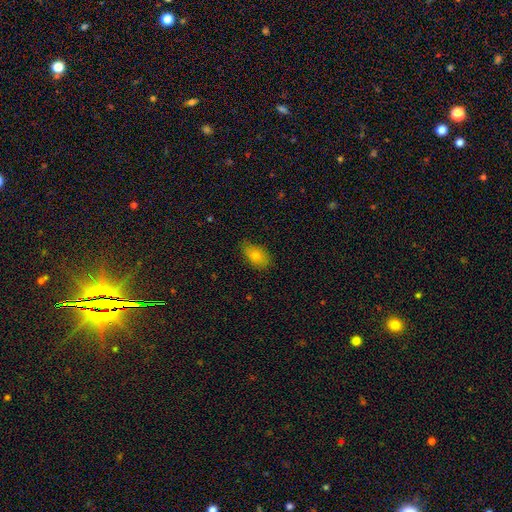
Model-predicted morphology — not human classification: smooth 81%, featured or disk 10%, star or artifact 9%. Down the decision tree: how rounded — in between (91%); merging — none (70%).